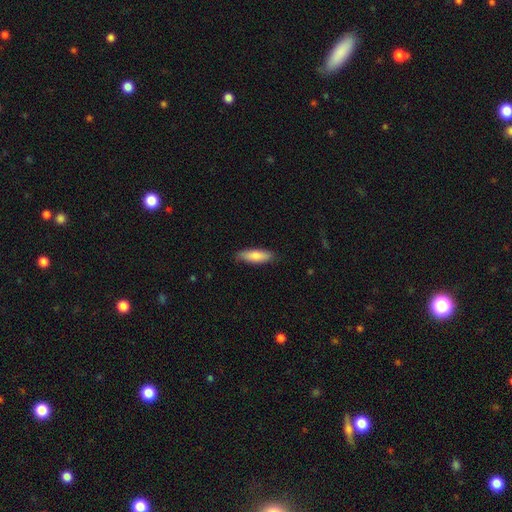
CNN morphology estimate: This is clearly a smooth galaxy (82%). How rounded: possibly cigar-shaped (52%). Merging: clearly none (83%).